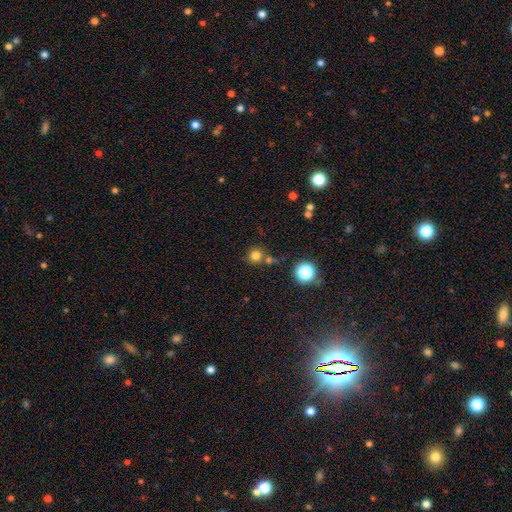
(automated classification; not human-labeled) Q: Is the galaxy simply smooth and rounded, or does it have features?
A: smooth — 77%.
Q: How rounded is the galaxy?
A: round — 91%.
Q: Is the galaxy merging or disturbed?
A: none — 68%.